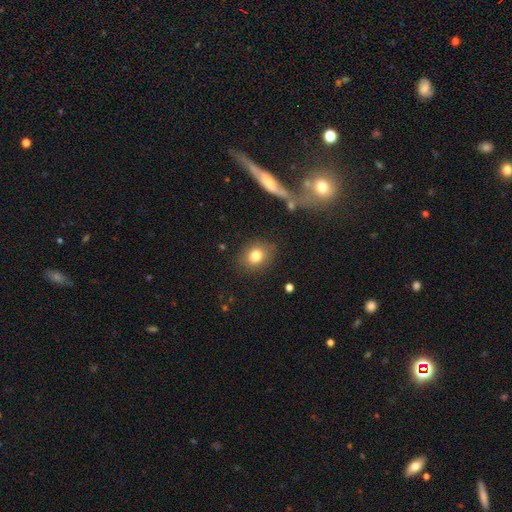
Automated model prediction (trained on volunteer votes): Smooth or featured?
  - smooth: 80% *
  - star or artifact: 10%
  - featured or disk: 9%
How rounded?
  - round: 57% *
  - in between: 41%
  - cigar-shaped: 1%
Merging?
  - none: 84% *
  - minor disturbance: 11%
  - major disturbance: 3%
  - merger: 2%